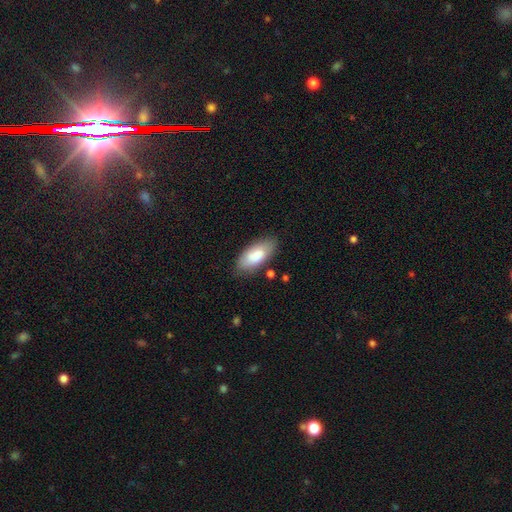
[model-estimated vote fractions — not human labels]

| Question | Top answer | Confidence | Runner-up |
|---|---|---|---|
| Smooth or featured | smooth | 81% | featured or disk (13%) |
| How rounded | in between | 89% | cigar-shaped (9%) |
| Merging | none | 79% | minor disturbance (16%) |